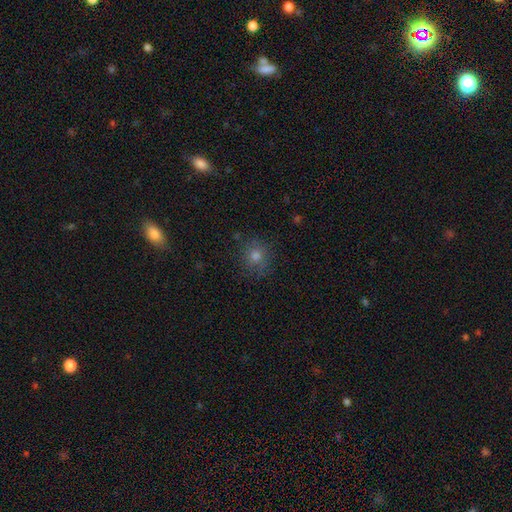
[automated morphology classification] type=smooth (70%); roundness=round (85%); merging=none (82%).